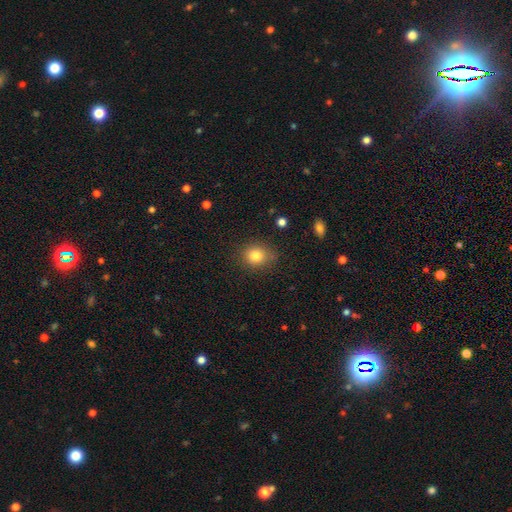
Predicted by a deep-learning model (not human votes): A smooth galaxy with no disk features (82%) that is round (68%).

Vote fractions:
- Smooth or featured? smooth: 82% / star or artifact: 11% / featured or disk: 7%
- How rounded? round: 68% / in between: 31% / cigar-shaped: 1%
- Merging? none: 80% / minor disturbance: 14% / major disturbance: 4% / merger: 2%